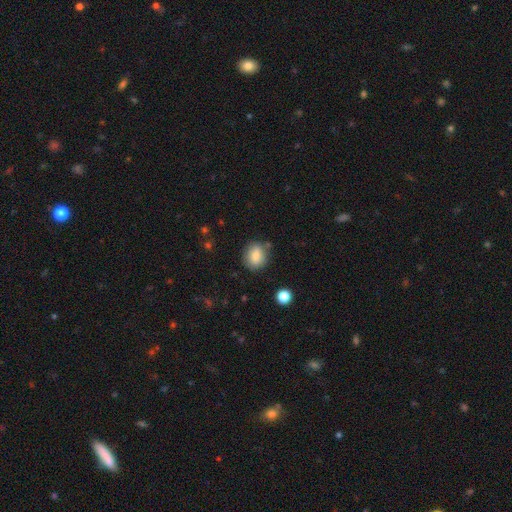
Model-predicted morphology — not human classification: This appears to be a smooth galaxy with no disk features (82%) that is round (57%). Merging: none (77%).